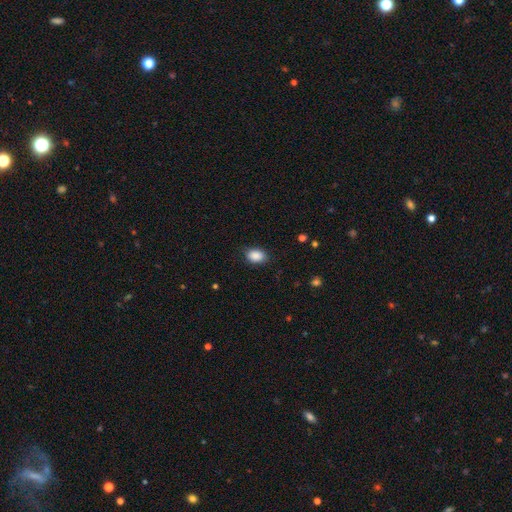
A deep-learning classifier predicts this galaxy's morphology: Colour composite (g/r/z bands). It shows a smooth galaxy with no disk features (89%) that is in between round and cigar-shaped (83%). Merging: none (83%).